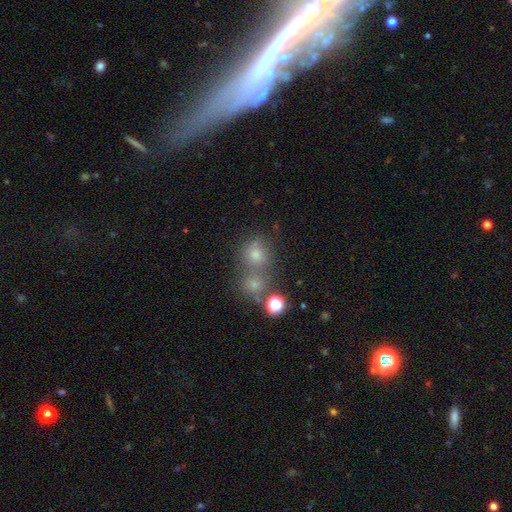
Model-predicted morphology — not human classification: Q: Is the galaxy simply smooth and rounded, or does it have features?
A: smooth — 66%.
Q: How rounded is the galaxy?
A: round — 82%.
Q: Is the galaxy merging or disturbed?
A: none — 49%.